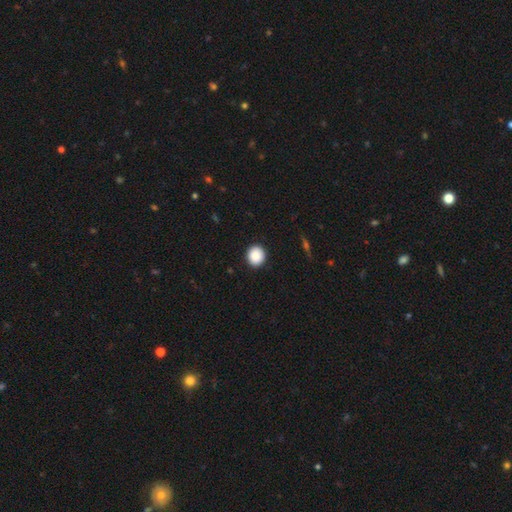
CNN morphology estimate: Q: Smooth or featured?
A: smooth (89%); runner-up: star or artifact (8%)
Q: How rounded?
A: round (85%); runner-up: in between (14%)
Q: Merging?
A: none (92%); runner-up: minor disturbance (5%)